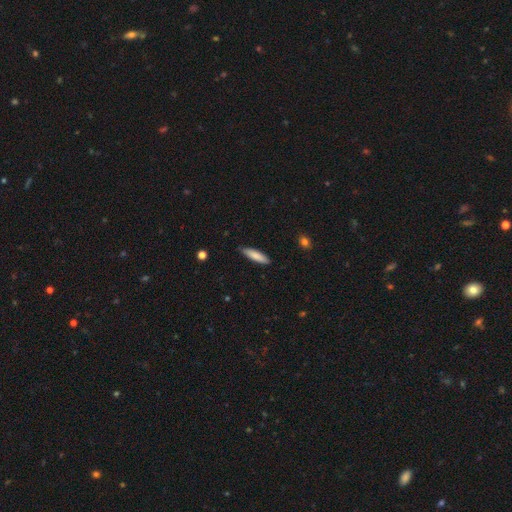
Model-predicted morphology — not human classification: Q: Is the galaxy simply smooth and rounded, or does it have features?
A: smooth — 82%.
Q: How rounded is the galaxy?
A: cigar-shaped — 75%.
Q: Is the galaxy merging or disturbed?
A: none — 87%.